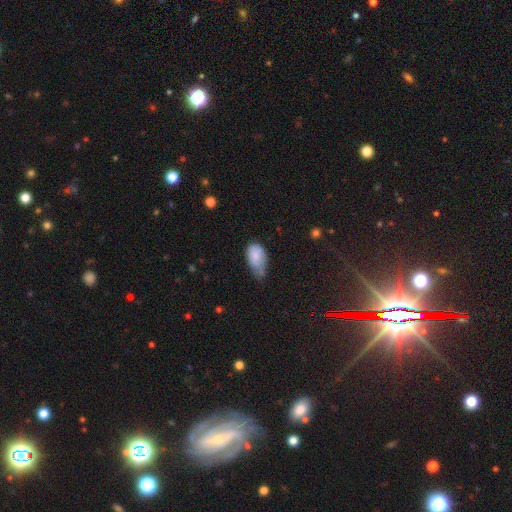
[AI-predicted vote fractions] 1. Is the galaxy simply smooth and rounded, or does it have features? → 79% smooth, 13% featured or disk, 7% star or artifact.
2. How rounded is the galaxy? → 91% in between, 7% round, 2% cigar-shaped.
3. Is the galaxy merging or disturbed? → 51% minor disturbance, 26% none, 18% major disturbance, 5% merger.